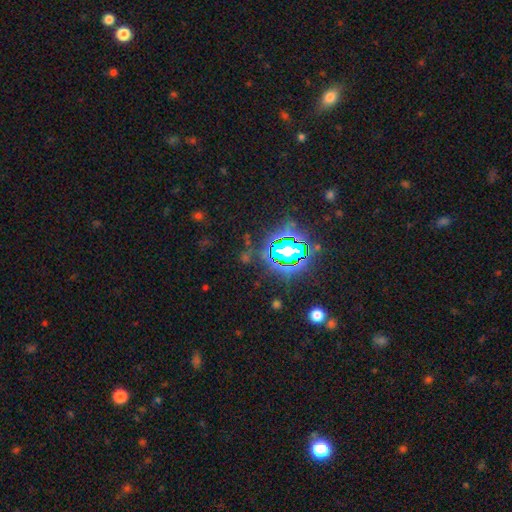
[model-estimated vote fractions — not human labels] This is clearly a star or artifact rather than a galaxy (80%).